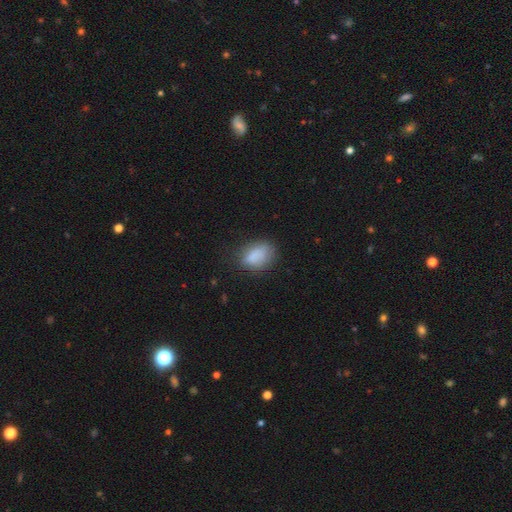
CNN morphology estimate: Q: Smooth or featured?
A: smooth (83%); runner-up: star or artifact (8%)
Q: How rounded?
A: in between (85%); runner-up: round (12%)
Q: Merging?
A: none (65%); runner-up: minor disturbance (25%)